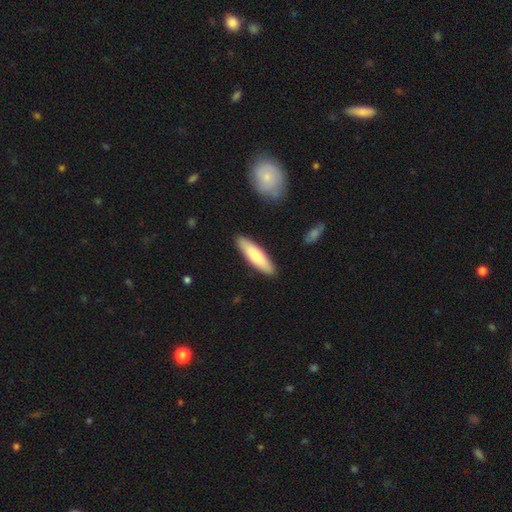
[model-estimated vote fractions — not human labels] smooth-or-featured: smooth: 75% | featured or disk: 20% | star or artifact: 5%
  how-rounded: cigar-shaped: 65% | in between: 34% | round: 1%
  merging: none: 89% | minor disturbance: 8% | major disturbance: 2% | merger: 1%